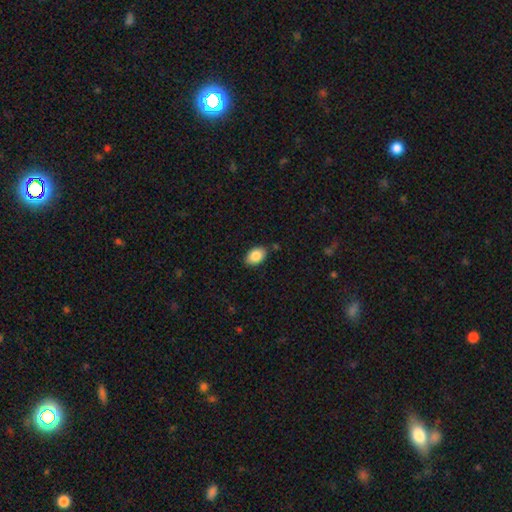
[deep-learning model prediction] Overall: smooth (86%). How rounded: in between (86%). Merging: none (84%).